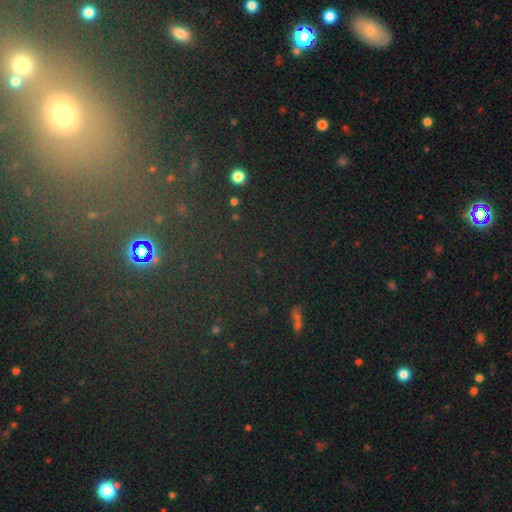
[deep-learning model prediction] smooth_or_featured: star or artifact (p=0.66) [alt: smooth p=0.22]